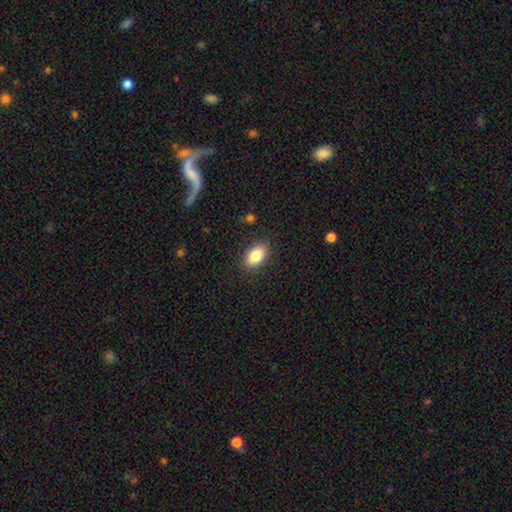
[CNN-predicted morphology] Smooth or featured? Predicted: smooth (p=0.85). How rounded? Predicted: in between (p=0.90). Merging? Predicted: none (p=0.86).